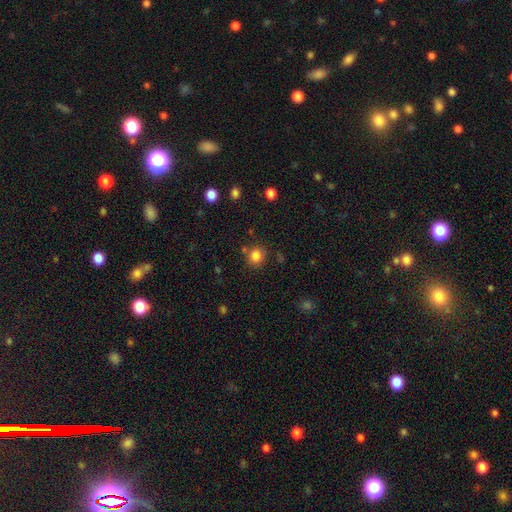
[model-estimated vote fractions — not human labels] Morphology: type=smooth (83%); roundness=round (82%); merging=none (79%).